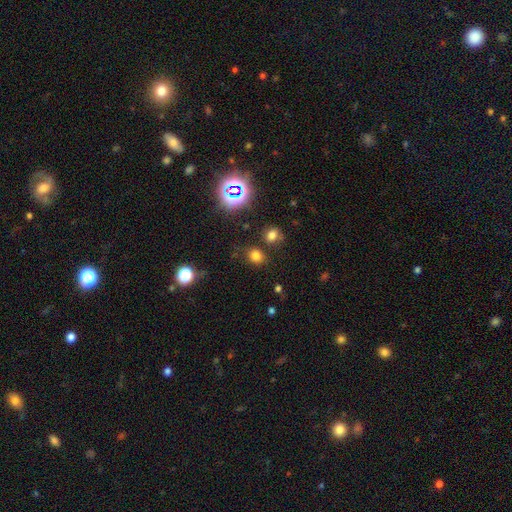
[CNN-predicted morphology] smooth-or-featured: smooth: 70% | star or artifact: 23% | featured or disk: 6%
  how-rounded: round: 64% | in between: 35% | cigar-shaped: 1%
  merging: none: 78% | minor disturbance: 12% | merger: 7% | major disturbance: 4%